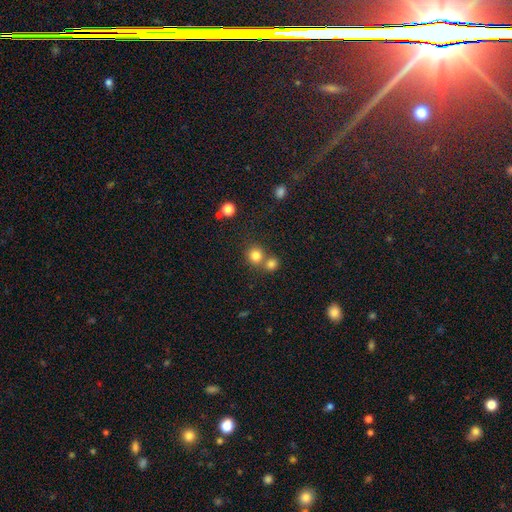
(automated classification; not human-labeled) Smooth or featured? smooth (80%)
How rounded? round (88%)
Merging? none (57%)